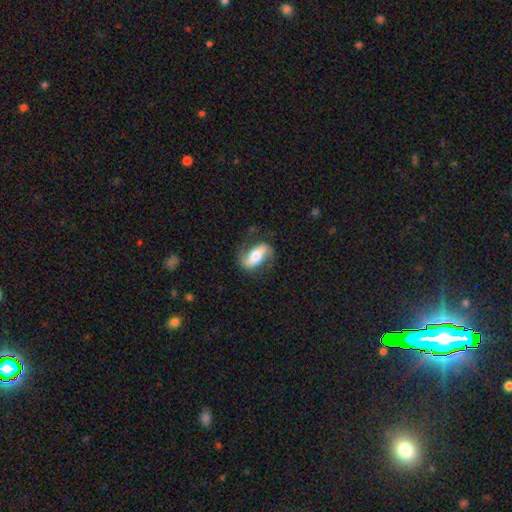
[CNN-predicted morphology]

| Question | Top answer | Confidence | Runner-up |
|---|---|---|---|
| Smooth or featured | featured or disk | 67% | smooth (27%) |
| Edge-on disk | no | 85% | yes (15%) |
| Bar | strong | 52% | no (25%) |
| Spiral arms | yes | 82% | no (18%) |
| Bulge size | moderate | 63% | large (17%) |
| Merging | none | 75% | minor disturbance (16%) |